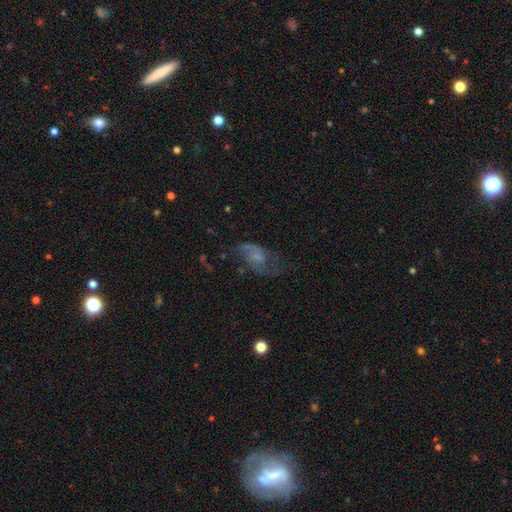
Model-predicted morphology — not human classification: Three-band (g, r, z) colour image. It shows a featured or disk galaxy (57%) with no bar (66%), spiral arms (76%) and no central bulge (42%). Merging: none (44%).